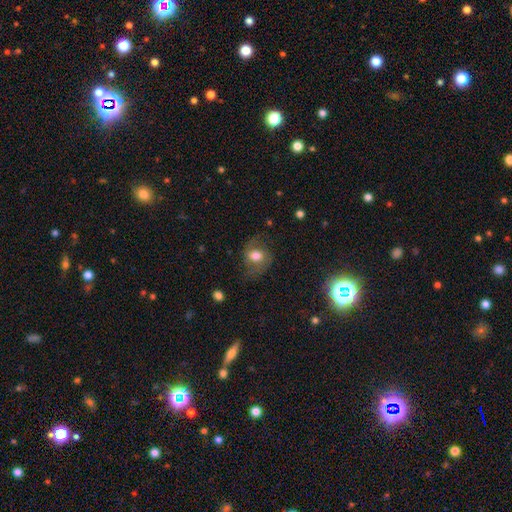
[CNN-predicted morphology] Overall: featured or disk (49%; smooth 41%). Merging: none (65%).